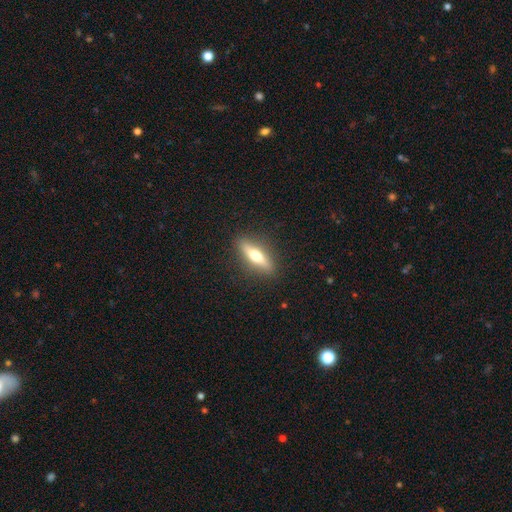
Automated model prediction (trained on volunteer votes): This is possibly a smooth galaxy (49%). Merging: clearly none (88%).